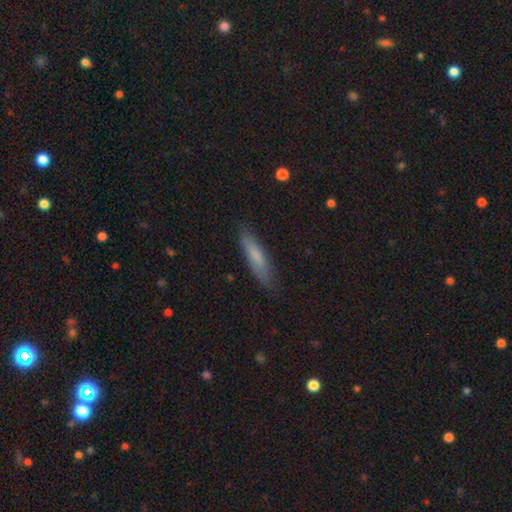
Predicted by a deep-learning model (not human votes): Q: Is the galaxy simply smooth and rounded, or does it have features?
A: smooth — 72%.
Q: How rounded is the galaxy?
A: cigar-shaped — 79%.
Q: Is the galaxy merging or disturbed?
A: none — 82%.